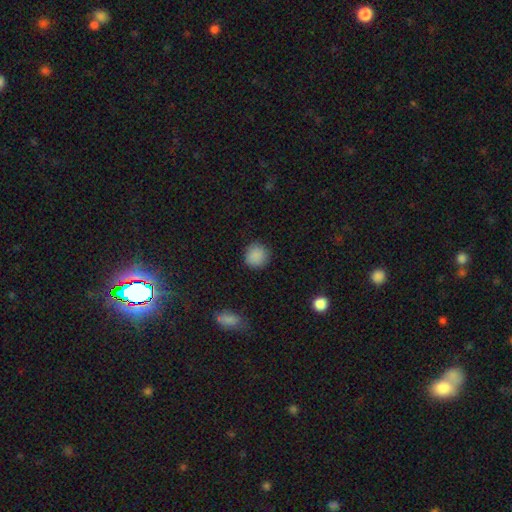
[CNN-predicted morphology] The model was most divided on "smooth or featured": smooth: 88%, star or artifact: 9%, featured or disk: 3%. More confident: how rounded — round (93%); merging — none (89%).